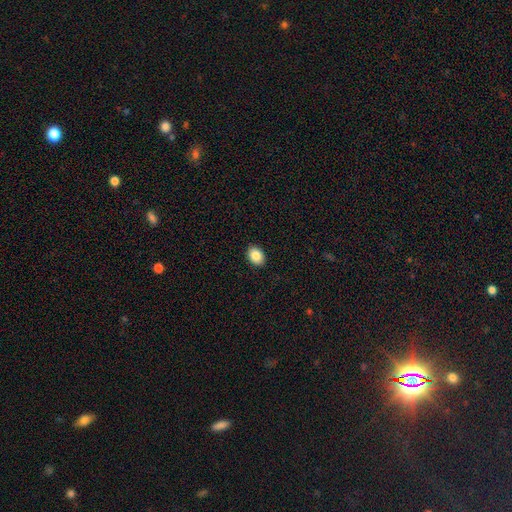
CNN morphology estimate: Smooth or featured?
  - smooth: 87% *
  - star or artifact: 8%
  - featured or disk: 6%
How rounded?
  - in between: 70% *
  - round: 30%
  - cigar-shaped: 1%
Merging?
  - none: 91% *
  - minor disturbance: 7%
  - major disturbance: 2%
  - merger: 1%